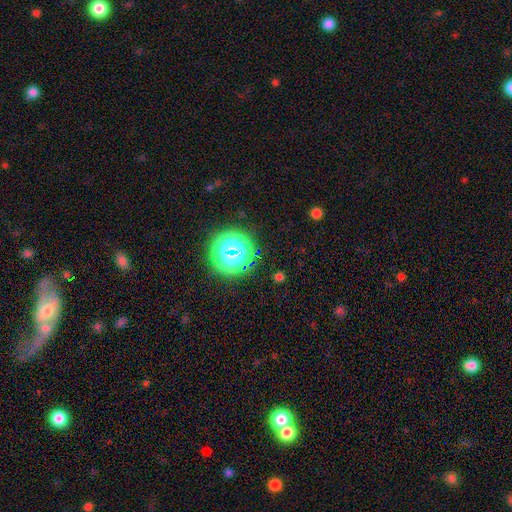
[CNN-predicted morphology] Smooth or featured? Predicted: star or artifact (p=0.65).